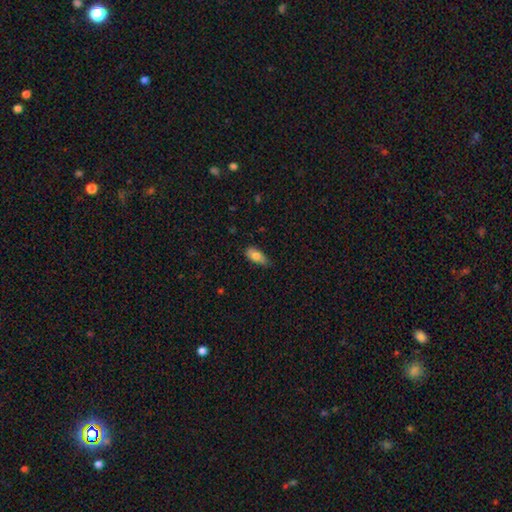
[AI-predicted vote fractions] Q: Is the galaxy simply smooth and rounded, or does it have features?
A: smooth — 78%.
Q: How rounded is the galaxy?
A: in between — 86%.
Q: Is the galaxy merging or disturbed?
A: none — 68%.